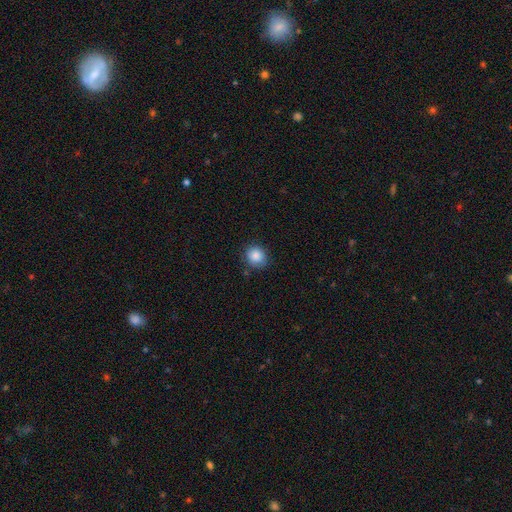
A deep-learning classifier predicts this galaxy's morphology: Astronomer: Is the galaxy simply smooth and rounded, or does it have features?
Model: smooth — 87%.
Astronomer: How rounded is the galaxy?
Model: round — 81%.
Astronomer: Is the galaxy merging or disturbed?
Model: none — 81%.